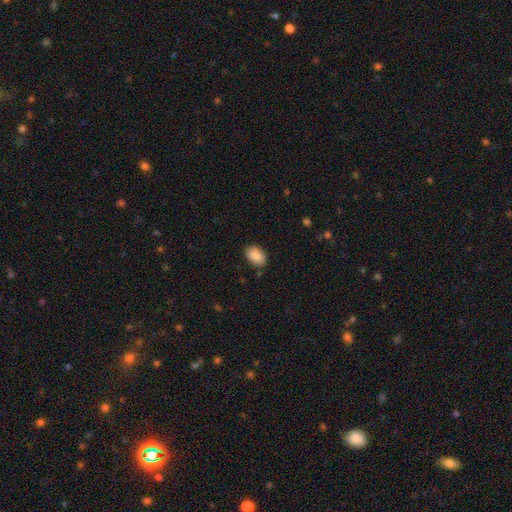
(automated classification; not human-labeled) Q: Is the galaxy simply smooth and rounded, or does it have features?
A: smooth — 88%.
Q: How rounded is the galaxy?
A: in between — 89%.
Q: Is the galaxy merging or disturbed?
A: none — 85%.